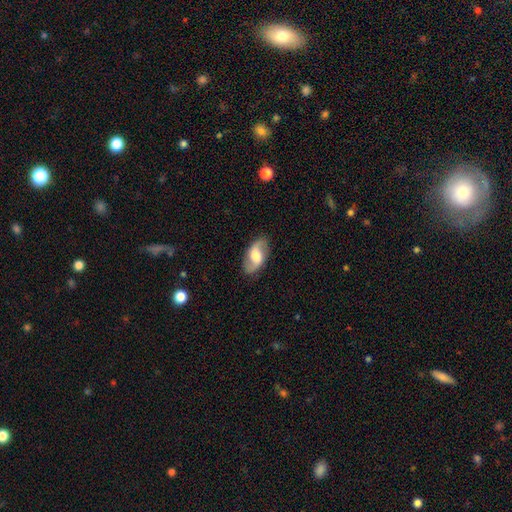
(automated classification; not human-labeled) Smooth or featured: featured or disk — 62% (smooth — 32%)
Edge-on disk: no — 93% (yes — 7%)
Bar: weak — 46% (no — 37%)
Spiral arms: yes — 87% (no — 13%)
Spiral winding: loose — 61% (medium — 30%)
Spiral arm count: 2 — 91% (can't tell — 4%)
Bulge size: moderate — 47% (large — 33%)
Merging: none — 83% (minor disturbance — 12%)